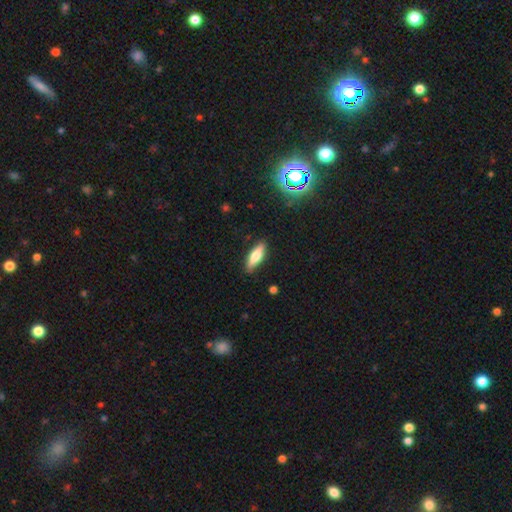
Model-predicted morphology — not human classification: Overall: smooth (68%). How rounded: cigar-shaped (50%; in between 48%). Merging: none (86%).